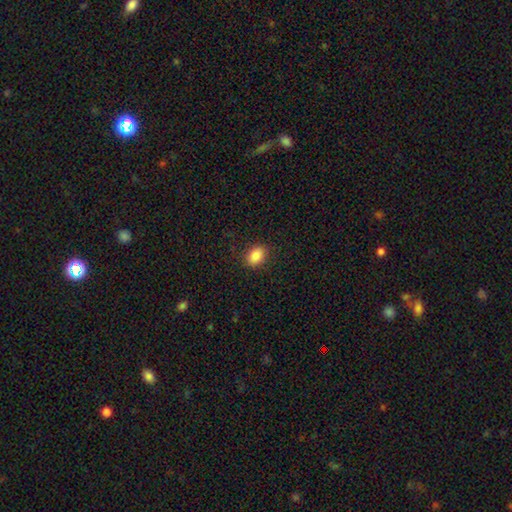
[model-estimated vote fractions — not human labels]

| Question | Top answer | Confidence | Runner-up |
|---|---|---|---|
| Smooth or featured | smooth | 88% | star or artifact (8%) |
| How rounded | in between | 75% | round (24%) |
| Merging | none | 87% | minor disturbance (9%) |